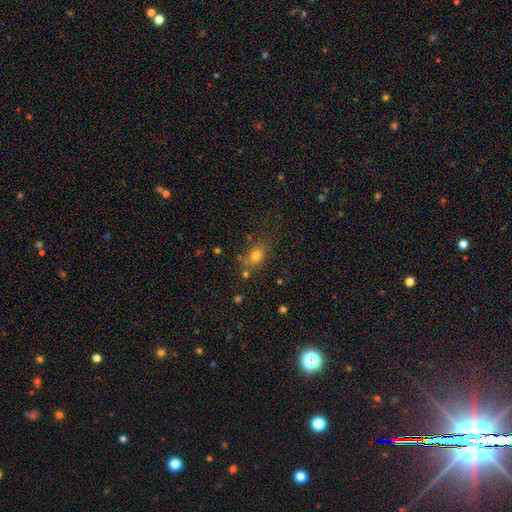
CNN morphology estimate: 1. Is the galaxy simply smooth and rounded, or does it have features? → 73% smooth, 16% star or artifact, 11% featured or disk.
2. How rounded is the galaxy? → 53% in between, 44% round, 3% cigar-shaped.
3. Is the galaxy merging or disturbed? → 67% none, 18% minor disturbance, 8% merger, 7% major disturbance.